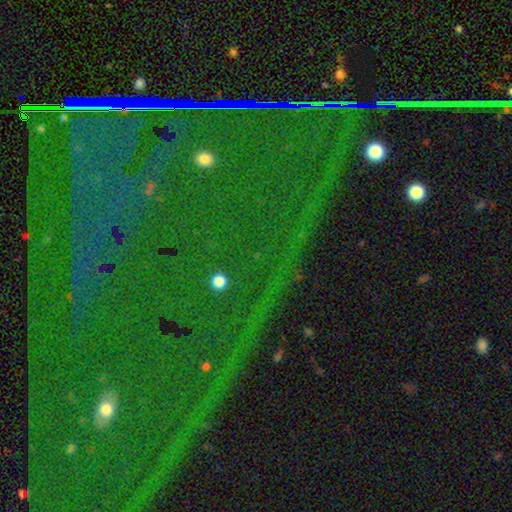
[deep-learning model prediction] Q: Smooth or featured?
A: star or artifact (85%); runner-up: featured or disk (8%)